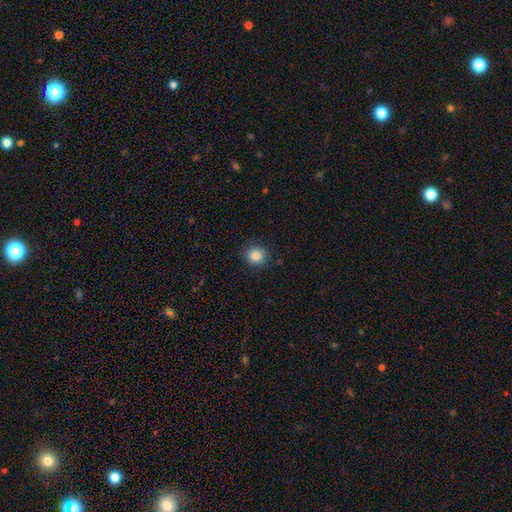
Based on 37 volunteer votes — This is clearly a smooth galaxy (92%). How rounded: clearly round (94%). Merging: likely none (75%).